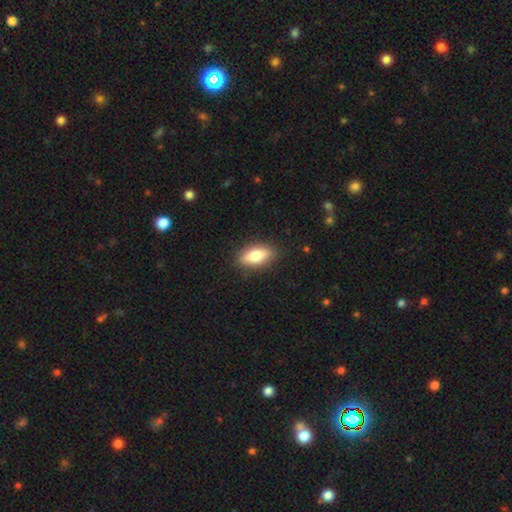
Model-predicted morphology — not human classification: A smooth galaxy with no disk features (73%) that is in between round and cigar-shaped (81%).

Vote fractions:
- Smooth or featured? smooth: 73% / featured or disk: 21% / star or artifact: 7%
- How rounded? in between: 81% / cigar-shaped: 16% / round: 4%
- Merging? none: 88% / minor disturbance: 9% / major disturbance: 2% / merger: 1%